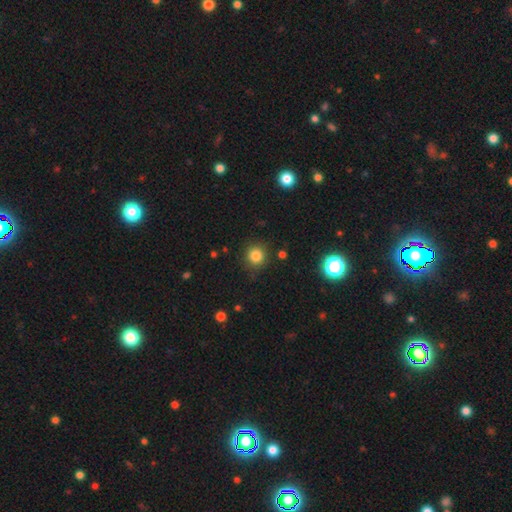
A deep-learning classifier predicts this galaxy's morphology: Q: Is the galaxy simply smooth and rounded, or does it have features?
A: smooth — 82%.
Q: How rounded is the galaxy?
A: round — 92%.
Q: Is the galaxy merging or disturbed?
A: none — 88%.